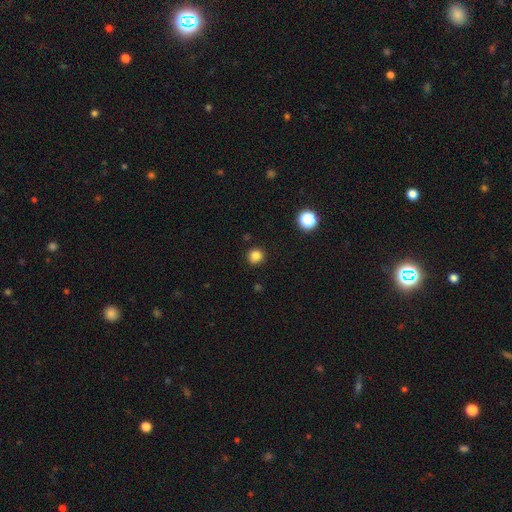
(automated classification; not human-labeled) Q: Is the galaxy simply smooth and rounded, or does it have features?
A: smooth — 83%.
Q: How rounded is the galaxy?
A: round — 91%.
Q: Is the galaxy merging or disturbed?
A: none — 90%.